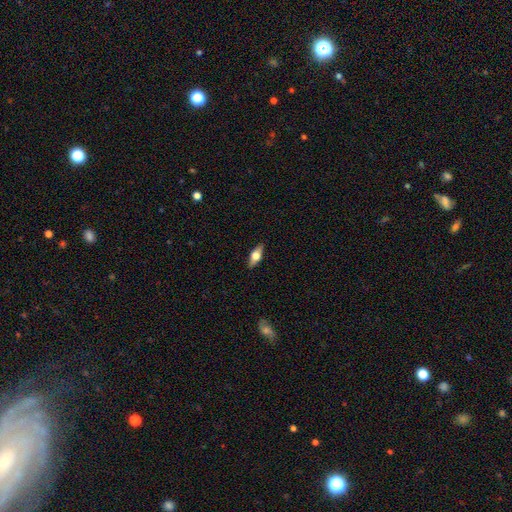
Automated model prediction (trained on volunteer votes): A featured or disk galaxy (53%) viewed edge-on (91%). Merging: none (88%).